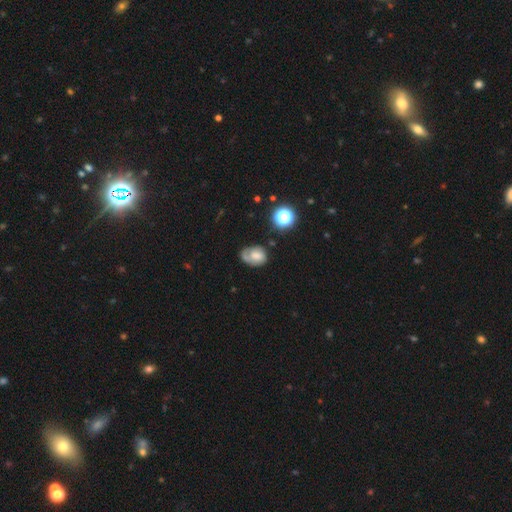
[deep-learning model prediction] Smooth or featured? smooth (50%)
Merging? none (45%)